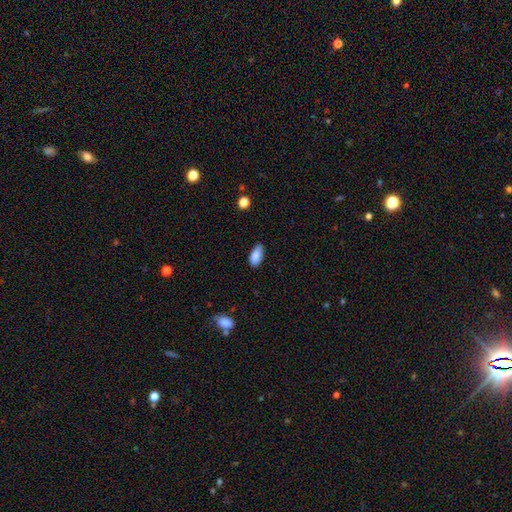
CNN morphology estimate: A smooth galaxy with no disk features (88%) that is in between round and cigar-shaped (91%). Merging: none (75%).